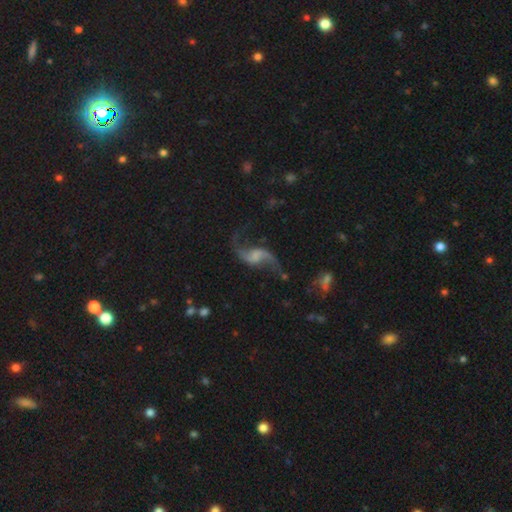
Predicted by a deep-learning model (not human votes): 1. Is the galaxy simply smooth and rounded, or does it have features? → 88% featured or disk, 6% smooth, 6% star or artifact.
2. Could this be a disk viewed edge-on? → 97% no, 3% yes.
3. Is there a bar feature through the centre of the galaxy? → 43% no, 42% weak, 15% strong.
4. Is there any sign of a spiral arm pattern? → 96% yes, 4% no.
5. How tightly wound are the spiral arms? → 89% loose, 9% medium, 2% tight.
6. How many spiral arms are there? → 94% 2, 2% 1, 1% can't tell, 1% 3, 1% 4, 1% more than 4.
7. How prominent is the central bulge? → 47% none, 24% small, 18% moderate, 9% large, 2% dominant.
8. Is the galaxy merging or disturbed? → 70% none, 15% minor disturbance, 11% major disturbance, 4% merger.